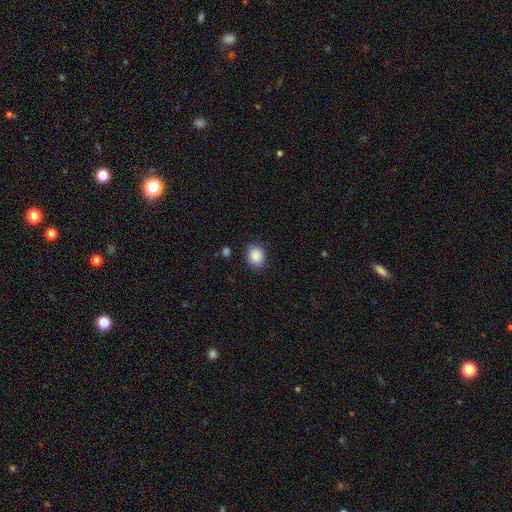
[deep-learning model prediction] Smooth or featured?
  - smooth: 89% *
  - star or artifact: 8%
  - featured or disk: 4%
How rounded?
  - in between: 53% *
  - round: 47%
  - cigar-shaped: 1%
Merging?
  - none: 86% *
  - minor disturbance: 10%
  - major disturbance: 3%
  - merger: 2%